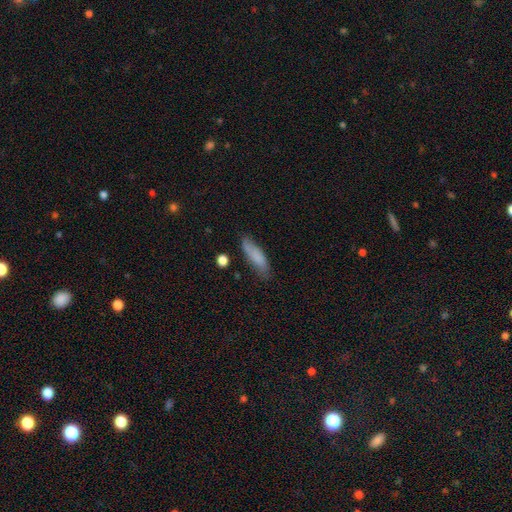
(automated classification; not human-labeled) The model was most divided on "how rounded": cigar-shaped: 57%, in between: 41%, round: 2%. More confident: smooth or featured — smooth (81%); merging — none (72%).